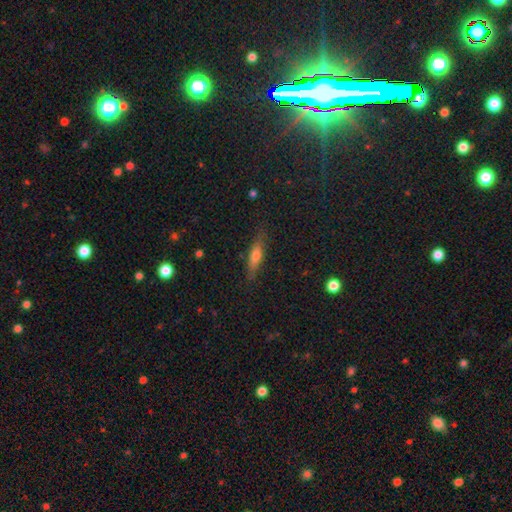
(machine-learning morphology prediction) Q: Smooth or featured?
A: smooth (58%); runner-up: featured or disk (34%)
Q: How rounded?
A: cigar-shaped (73%); runner-up: in between (25%)
Q: Merging?
A: none (82%); runner-up: minor disturbance (13%)